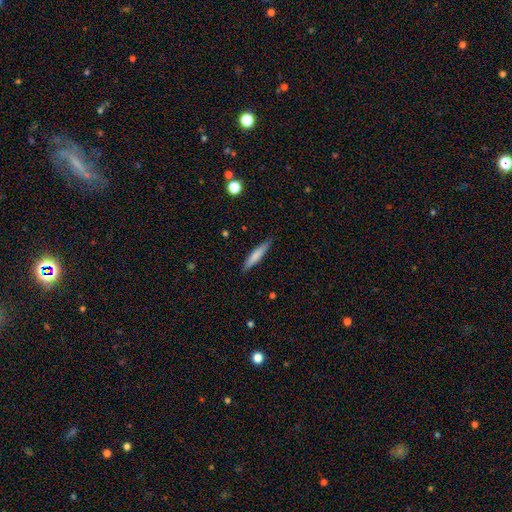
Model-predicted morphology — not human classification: Smooth or featured? smooth (75%)
How rounded? cigar-shaped (89%)
Merging? none (86%)